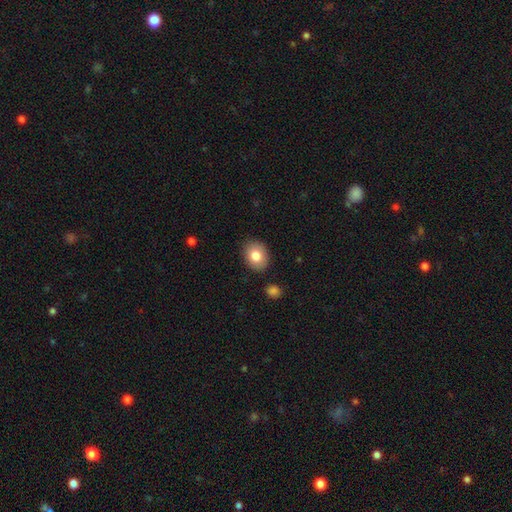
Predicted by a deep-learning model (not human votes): This is clearly a smooth galaxy (81%). How rounded: possibly in between (55%). Merging: clearly none (87%).